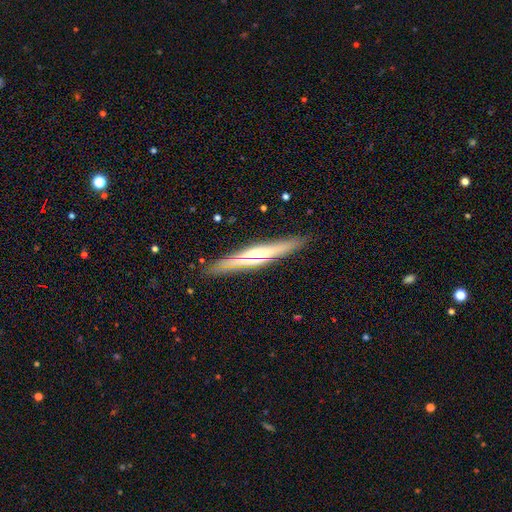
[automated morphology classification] This appears to be a featured or disk galaxy (71%) viewed edge-on (95%) with a rounded central bulge (82%). Merging: none (89%).